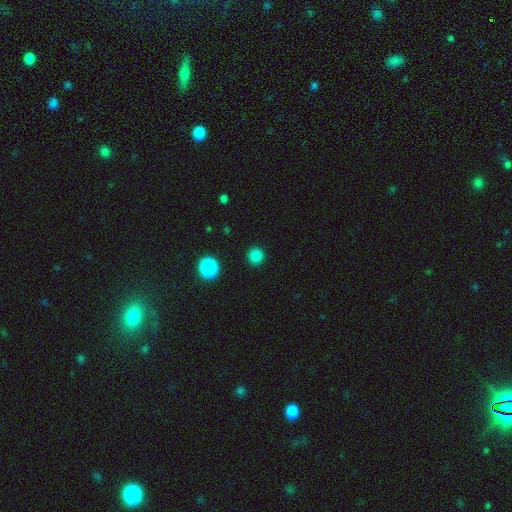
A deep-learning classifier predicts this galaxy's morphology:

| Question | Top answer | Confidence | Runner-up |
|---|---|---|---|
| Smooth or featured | smooth | 83% | star or artifact (14%) |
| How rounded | round | 95% | in between (4%) |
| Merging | none | 92% | minor disturbance (5%) |